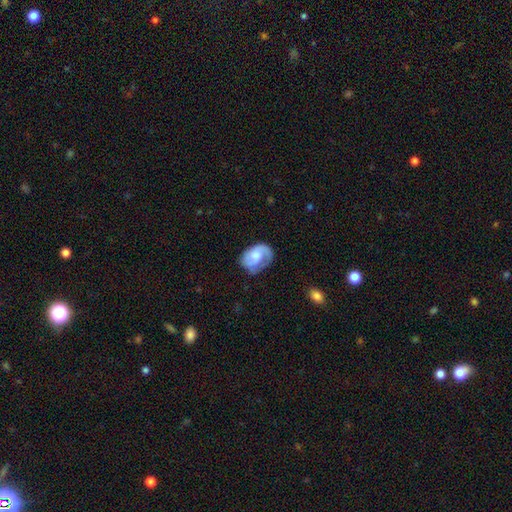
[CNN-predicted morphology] smooth_or_featured: featured or disk (p=0.60) [alt: smooth p=0.33]
disk_edge_on: no (p=0.97) [alt: yes p=0.03]
bar: no (p=0.66) [alt: weak p=0.29]
has_spiral_arms: yes (p=0.86) [alt: no p=0.14]
spiral_winding: medium (p=0.41) [alt: tight p=0.37]
spiral_arm_count: 2 (p=0.53) [alt: 1 p=0.25]
bulge_size: moderate (p=0.45) [alt: small p=0.26]
merging: none (p=0.55) [alt: minor disturbance p=0.28]